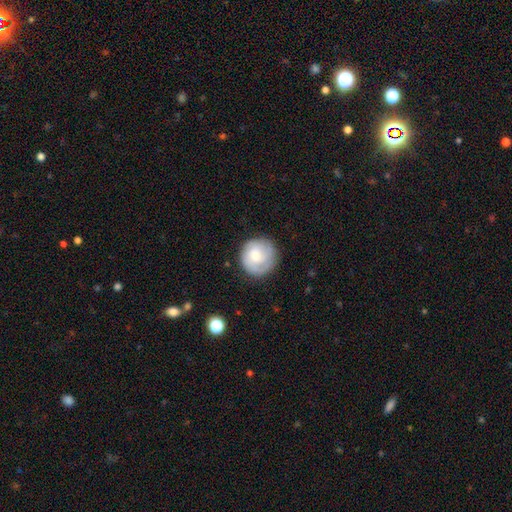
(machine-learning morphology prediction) A smooth galaxy with no disk features (55%) that is round (91%). Merging: none (78%).